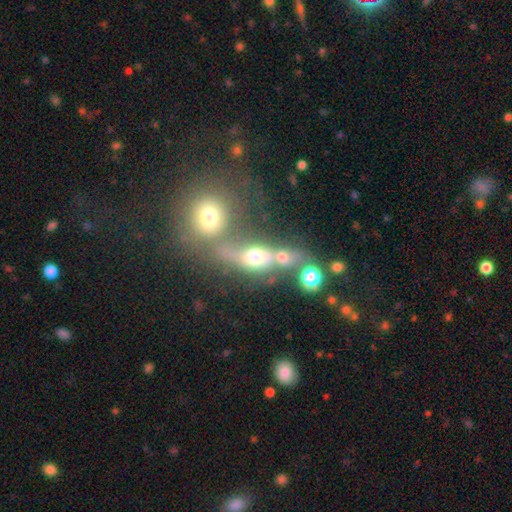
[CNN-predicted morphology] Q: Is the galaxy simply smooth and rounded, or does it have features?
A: smooth — 52%.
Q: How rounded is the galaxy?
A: in between — 49%.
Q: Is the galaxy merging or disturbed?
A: merger — 64%.